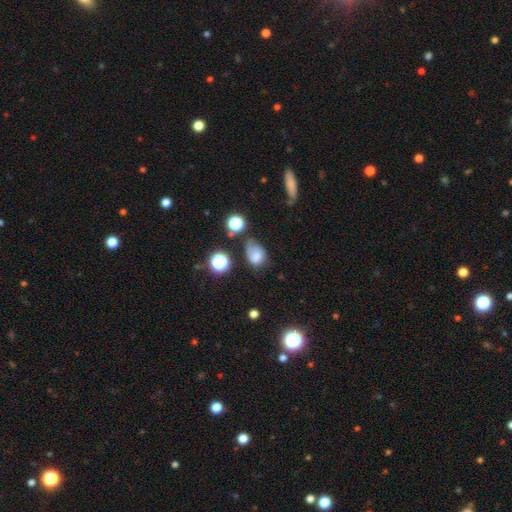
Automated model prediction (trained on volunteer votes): Smooth or featured: smooth — 65% (featured or disk — 19%)
How rounded: in between — 71% (round — 28%)
Merging: minor disturbance — 36% (none — 33%)